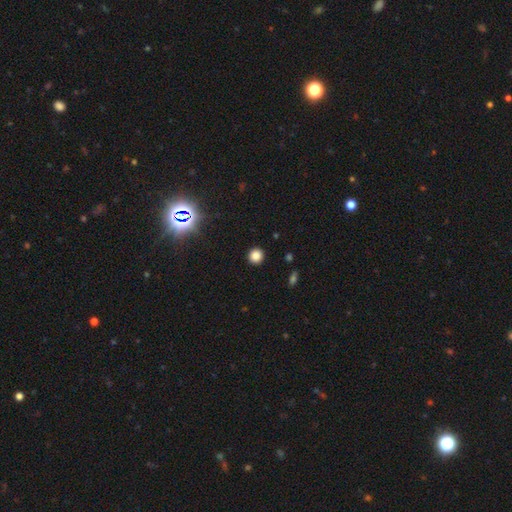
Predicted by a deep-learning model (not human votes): This is clearly a smooth galaxy (83%). How rounded: clearly round (94%). Merging: clearly none (92%).